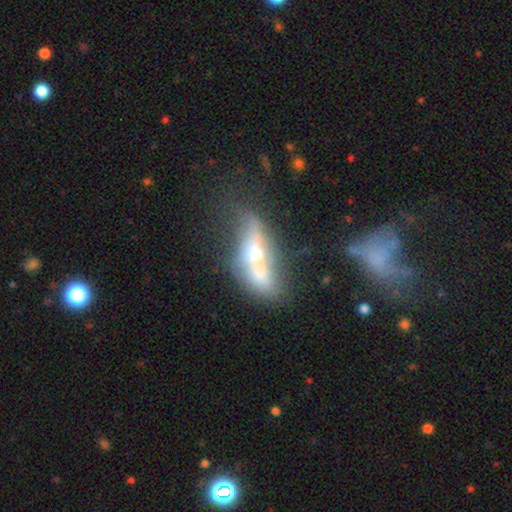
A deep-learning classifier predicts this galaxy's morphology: This is possibly a featured or disk galaxy (48%). Merging: possibly merger (55%).